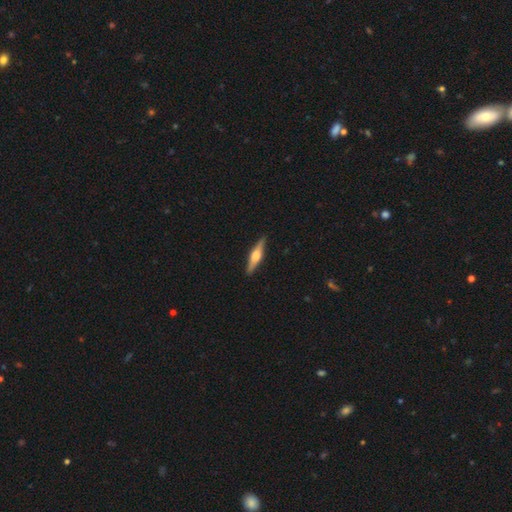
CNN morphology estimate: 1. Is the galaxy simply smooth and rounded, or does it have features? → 67% featured or disk, 28% smooth, 5% star or artifact.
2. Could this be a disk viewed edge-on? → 97% yes, 3% no.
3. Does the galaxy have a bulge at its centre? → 90% rounded, 8% boxy, 2% none.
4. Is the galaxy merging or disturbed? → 91% none, 7% minor disturbance, 1% major disturbance, 1% merger.